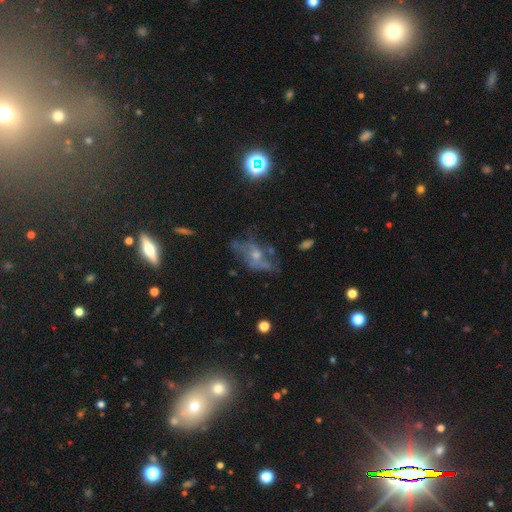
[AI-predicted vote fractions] Morphology: type=featured or disk (59%); edge-on=no (83%); merging=none (46%).